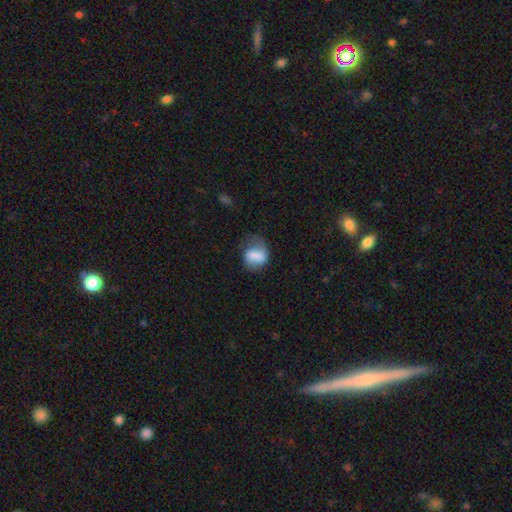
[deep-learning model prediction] Smooth or featured? smooth (66%)
How rounded? in between (56%)
Merging? none (41%)